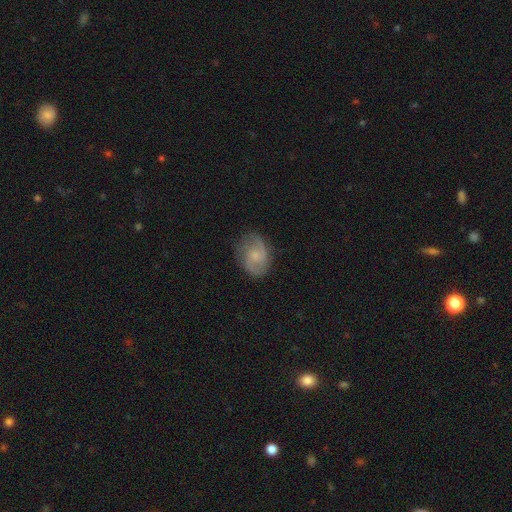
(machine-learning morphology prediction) smooth-or-featured: featured or disk: 69% | smooth: 23% | star or artifact: 7%
  disk-edge-on: no: 98% | yes: 2%
    bar: no: 61% | weak: 35% | strong: 4%
    has-spiral-arms: yes: 94% | no: 6%
      spiral-winding: medium: 51% | tight: 25% | loose: 24%
      spiral-arm-count: 2: 85% | can't tell: 7% | 3: 3% | 1: 2% | 4: 1% | more than 4: 1%
    bulge-size: small: 52% | moderate: 28% | none: 16% | large: 2% | dominant: 1%
  merging: none: 78% | minor disturbance: 16% | major disturbance: 5% | merger: 1%